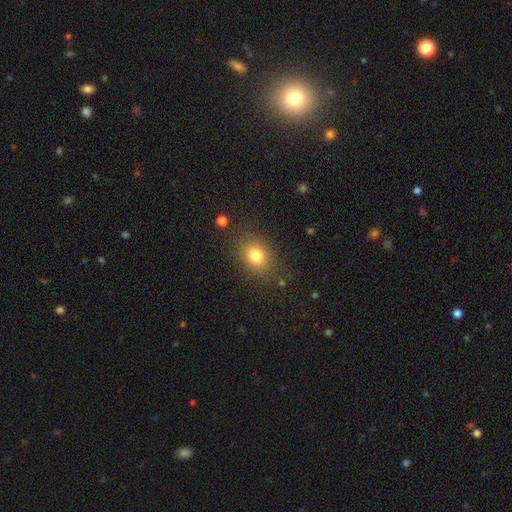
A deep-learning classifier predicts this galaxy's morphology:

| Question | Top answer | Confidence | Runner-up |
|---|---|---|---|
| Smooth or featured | smooth | 79% | star or artifact (12%) |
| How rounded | in between | 65% | round (34%) |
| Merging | none | 81% | minor disturbance (12%) |